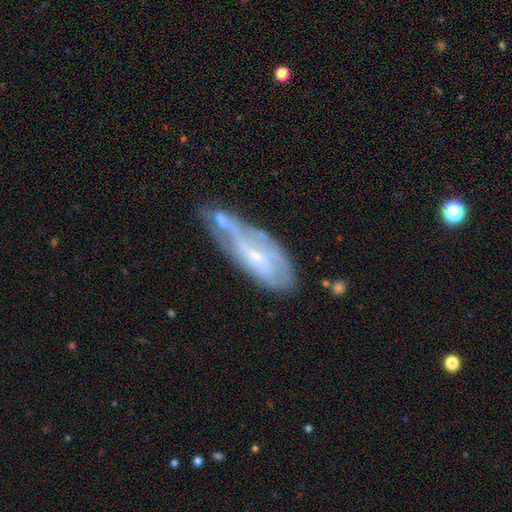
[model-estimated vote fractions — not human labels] Smooth or featured: featured or disk — 68% (smooth — 24%)
Edge-on disk: no — 86% (yes — 14%)
Bar: no — 53% (weak — 36%)
Spiral arms: yes — 70% (no — 30%)
Bulge size: small — 71% (moderate — 18%)
Merging: none — 36% (minor disturbance — 28%)